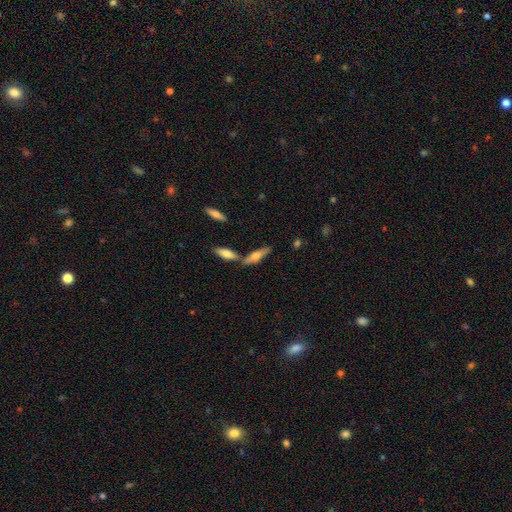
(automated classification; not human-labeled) Overall: smooth (50%; featured or disk 44%). Merging: none (63%).